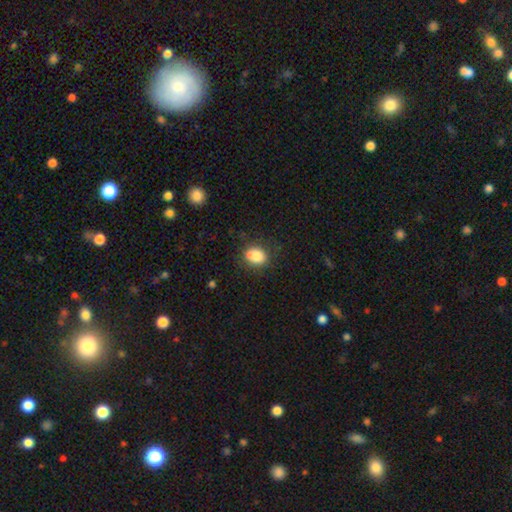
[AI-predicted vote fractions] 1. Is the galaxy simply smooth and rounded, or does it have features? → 83% smooth, 9% star or artifact, 8% featured or disk.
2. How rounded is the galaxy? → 65% in between, 34% round, 1% cigar-shaped.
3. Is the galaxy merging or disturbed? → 71% none, 18% minor disturbance, 6% merger, 5% major disturbance.